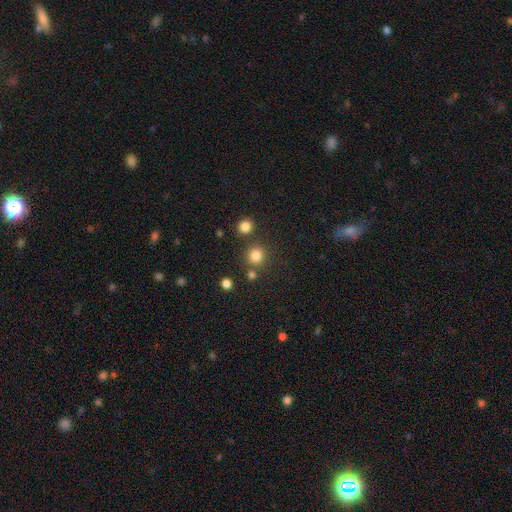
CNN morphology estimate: A smooth galaxy with no disk features (80%) that is round (91%).

Vote fractions:
- Smooth or featured? smooth: 80% / star or artifact: 15% / featured or disk: 5%
- How rounded? round: 91% / in between: 8% / cigar-shaped: 1%
- Merging? none: 78% / merger: 11% / minor disturbance: 8% / major disturbance: 3%